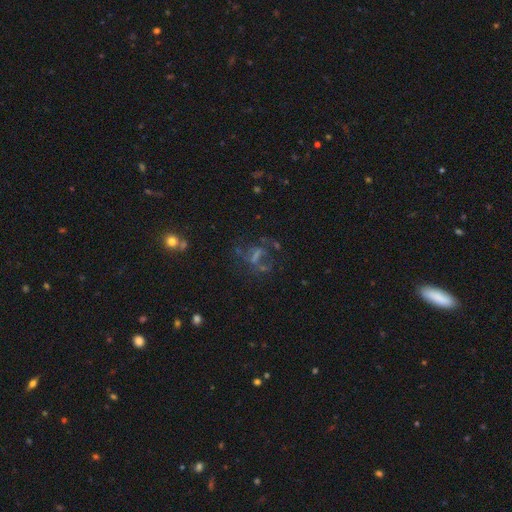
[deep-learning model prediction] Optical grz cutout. It shows a featured or disk galaxy (46%). Merging: none (46%).